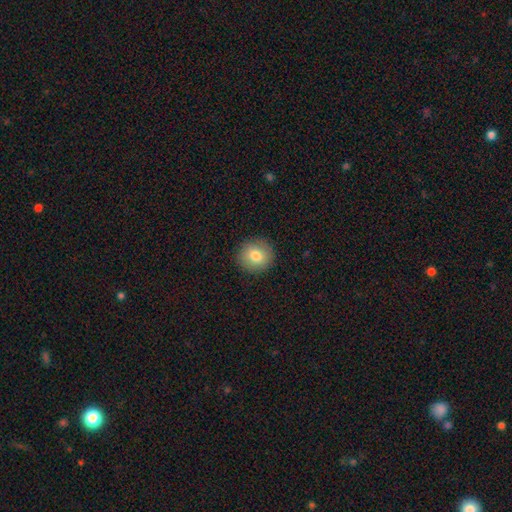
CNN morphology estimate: The model was most divided on "smooth or featured": smooth: 81%, featured or disk: 10%, star or artifact: 9%. More confident: how rounded — round (91%); merging — none (90%).